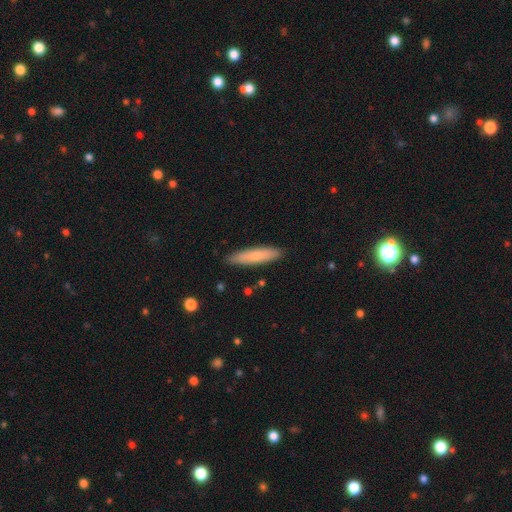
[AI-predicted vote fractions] Smooth or featured? smooth (74%)
How rounded? cigar-shaped (81%)
Merging? none (88%)